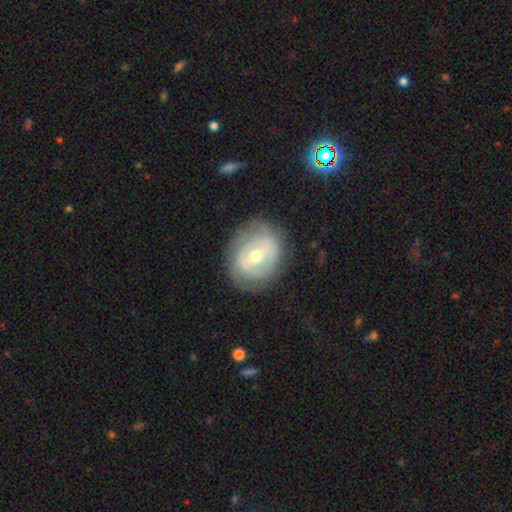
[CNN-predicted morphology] smooth-or-featured: featured or disk: 68% | smooth: 26% | star or artifact: 6%
  disk-edge-on: no: 96% | yes: 4%
    bar: weak: 44% | no: 37% | strong: 19%
    has-spiral-arms: yes: 62% | no: 38%
    bulge-size: moderate: 66% | small: 29% | large: 3% | none: 1% | dominant: 1%
  merging: none: 73% | minor disturbance: 18% | major disturbance: 7% | merger: 1%